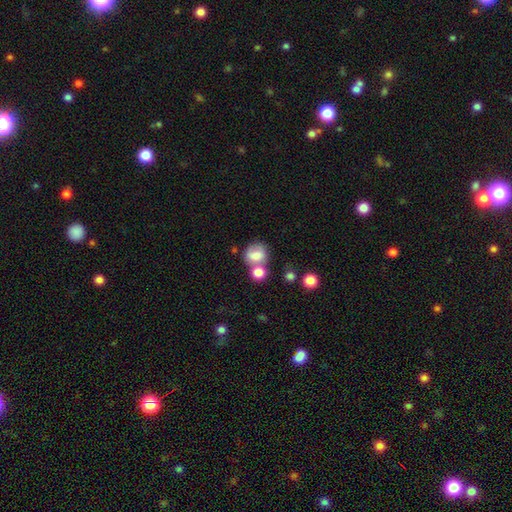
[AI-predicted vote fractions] smooth 73%, featured or disk 17%, star or artifact 10%. Down the decision tree: how rounded — round (67%); merging — none (46%).